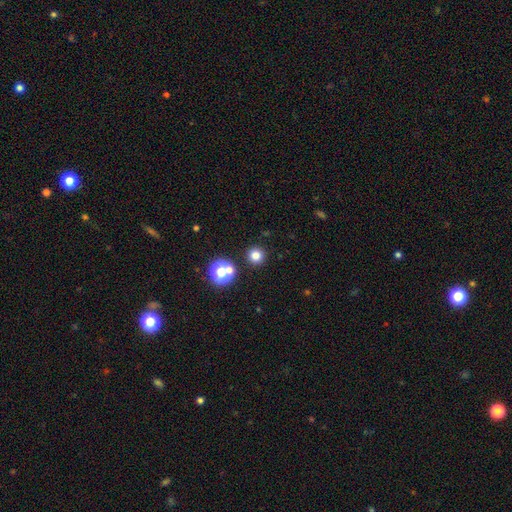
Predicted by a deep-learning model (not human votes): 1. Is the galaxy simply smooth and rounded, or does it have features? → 77% smooth, 17% star or artifact, 5% featured or disk.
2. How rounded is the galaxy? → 95% round, 4% in between, 1% cigar-shaped.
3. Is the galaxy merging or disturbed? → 89% none, 5% minor disturbance, 4% merger, 2% major disturbance.